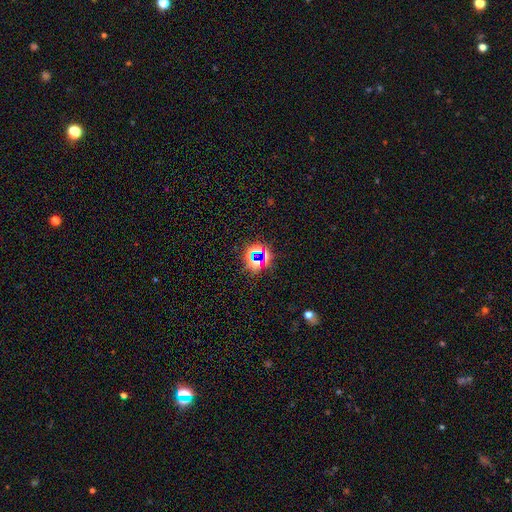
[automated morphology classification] The model was most divided on "smooth or featured": star or artifact: 70%, smooth: 20%, featured or disk: 10%.